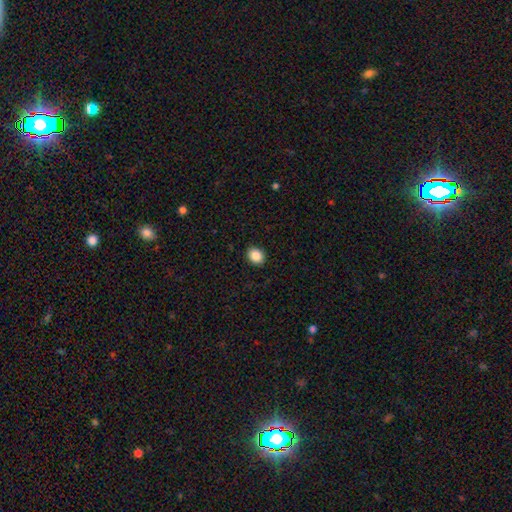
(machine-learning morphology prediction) Smooth or featured?
  - smooth: 87% *
  - star or artifact: 9%
  - featured or disk: 4%
How rounded?
  - round: 53% *
  - in between: 47%
  - cigar-shaped: 1%
Merging?
  - none: 91% *
  - minor disturbance: 6%
  - major disturbance: 2%
  - merger: 1%